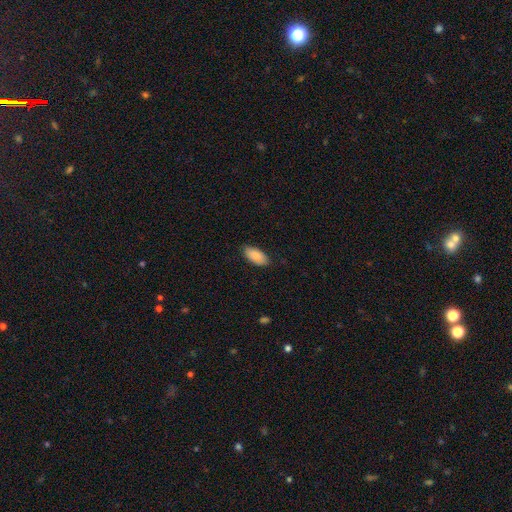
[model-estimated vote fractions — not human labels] Q: Smooth or featured?
A: smooth (88%); runner-up: star or artifact (6%)
Q: How rounded?
A: in between (92%); runner-up: cigar-shaped (6%)
Q: Merging?
A: none (83%); runner-up: minor disturbance (13%)